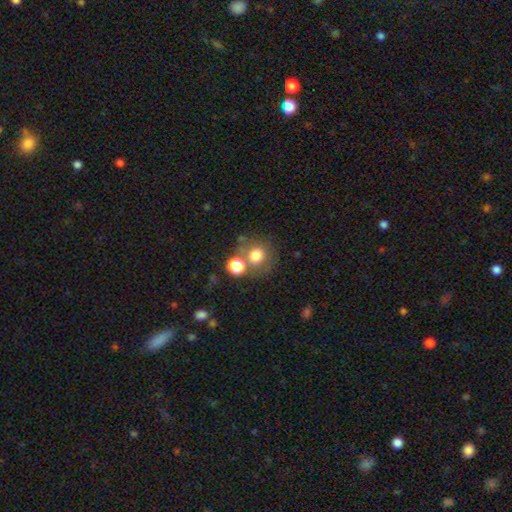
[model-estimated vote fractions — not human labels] Smooth or featured? smooth (74%)
How rounded? round (84%)
Merging? none (59%)